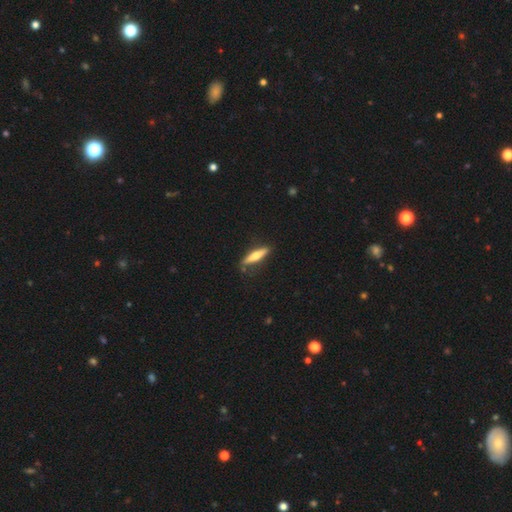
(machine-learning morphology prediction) Smooth or featured?
  - smooth: 56% *
  - featured or disk: 39%
  - star or artifact: 6%
How rounded?
  - cigar-shaped: 84% *
  - in between: 15%
  - round: 2%
Merging?
  - none: 82% *
  - minor disturbance: 13%
  - major disturbance: 3%
  - merger: 2%